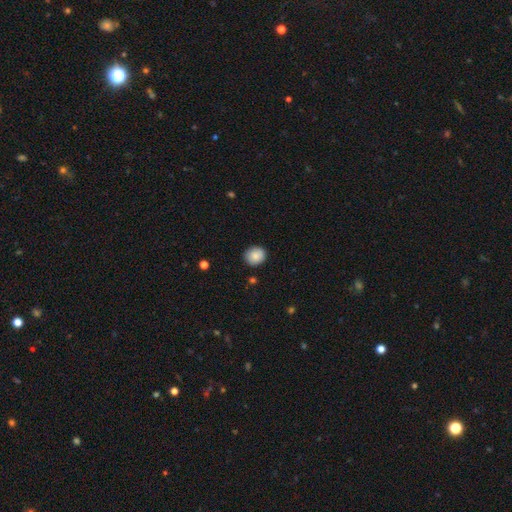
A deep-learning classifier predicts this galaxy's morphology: A smooth galaxy with no disk features (86%) that is round (80%).

Vote fractions:
- Smooth or featured? smooth: 86% / star or artifact: 8% / featured or disk: 6%
- How rounded? round: 80% / in between: 19% / cigar-shaped: 1%
- Merging? none: 87% / minor disturbance: 10% / major disturbance: 2% / merger: 1%